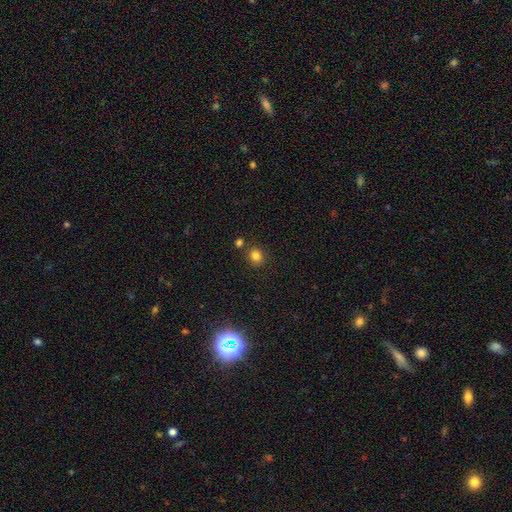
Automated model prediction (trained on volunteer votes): Smooth or featured? smooth (81%)
How rounded? round (79%)
Merging? none (81%)